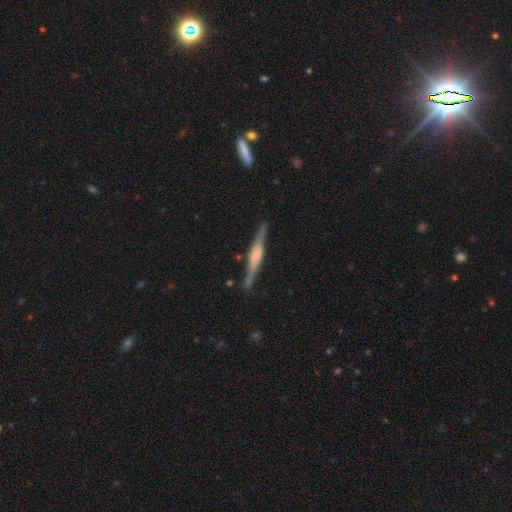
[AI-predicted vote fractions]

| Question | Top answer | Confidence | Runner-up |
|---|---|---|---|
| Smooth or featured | featured or disk | 73% | smooth (21%) |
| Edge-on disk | yes | 97% | no (3%) |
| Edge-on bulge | boxy | 52% | rounded (37%) |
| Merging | none | 85% | minor disturbance (11%) |